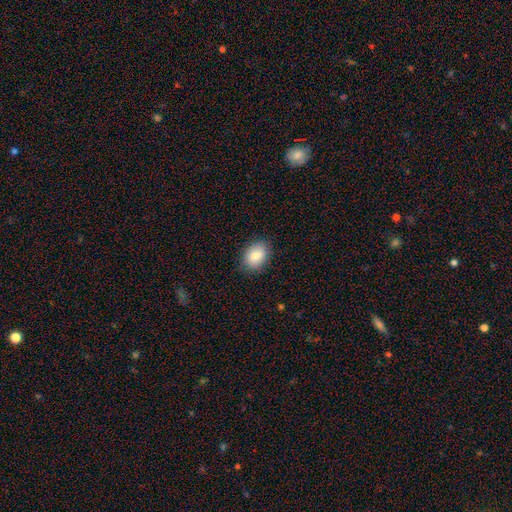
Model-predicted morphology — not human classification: Smooth or featured? smooth (83%)
How rounded? in between (74%)
Merging? none (84%)